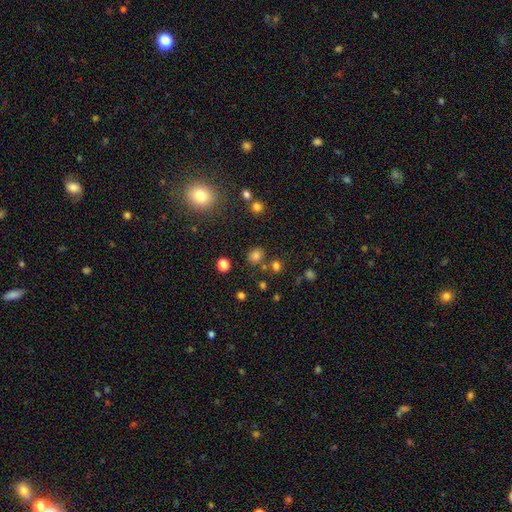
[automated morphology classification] smooth_or_featured: smooth (p=0.76) [alt: star or artifact p=0.18]
how_rounded: round (p=0.74) [alt: in between p=0.25]
merging: none (p=0.80) [alt: minor disturbance p=0.10]